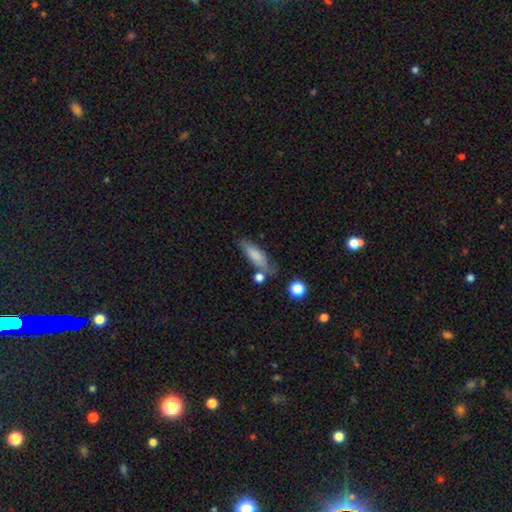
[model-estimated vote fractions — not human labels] A smooth galaxy with no disk features (77%) that is in between round and cigar-shaped (51%).

Vote fractions:
- Smooth or featured? smooth: 77% / featured or disk: 16% / star or artifact: 7%
- How rounded? in between: 51% / cigar-shaped: 46% / round: 3%
- Merging? none: 58% / minor disturbance: 22% / merger: 12% / major disturbance: 8%